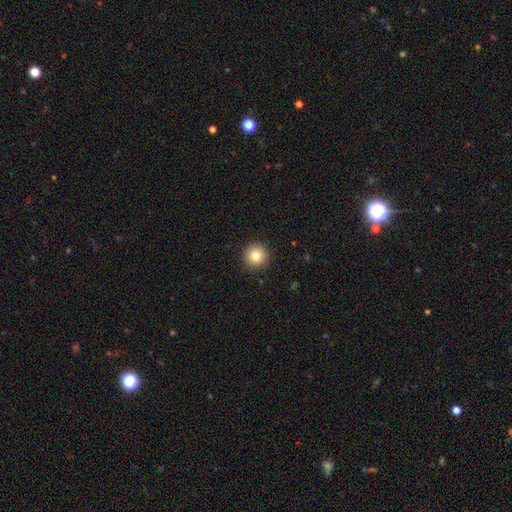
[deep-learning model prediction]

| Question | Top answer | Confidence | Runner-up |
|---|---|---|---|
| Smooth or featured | smooth | 81% | star or artifact (11%) |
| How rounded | round | 96% | in between (3%) |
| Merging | none | 93% | minor disturbance (5%) |